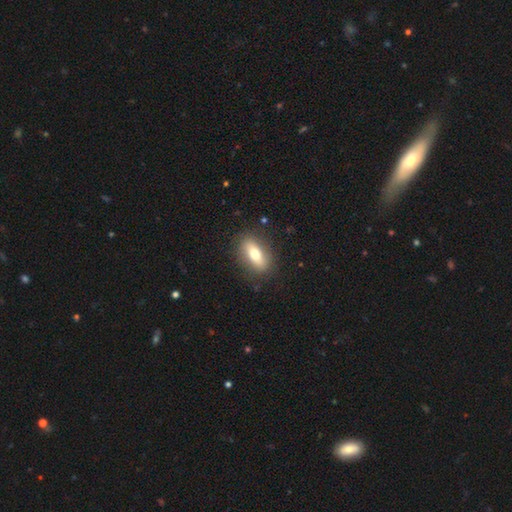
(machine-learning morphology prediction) The model was most divided on "smooth or featured": smooth: 70%, featured or disk: 23%, star or artifact: 7%. More confident: merging — none (84%); how rounded — in between (78%).